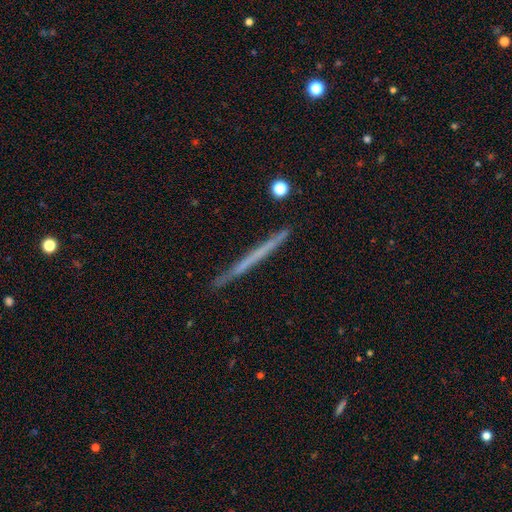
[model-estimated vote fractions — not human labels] A featured or disk galaxy (50%). Merging: none (90%).